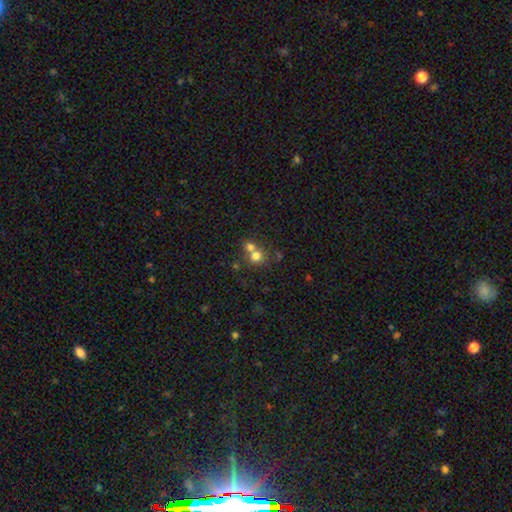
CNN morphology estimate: smooth-or-featured: smooth: 74% | star or artifact: 14% | featured or disk: 12%
  how-rounded: round: 85% | in between: 14% | cigar-shaped: 1%
  merging: merger: 50% | none: 42% | minor disturbance: 5% | major disturbance: 3%